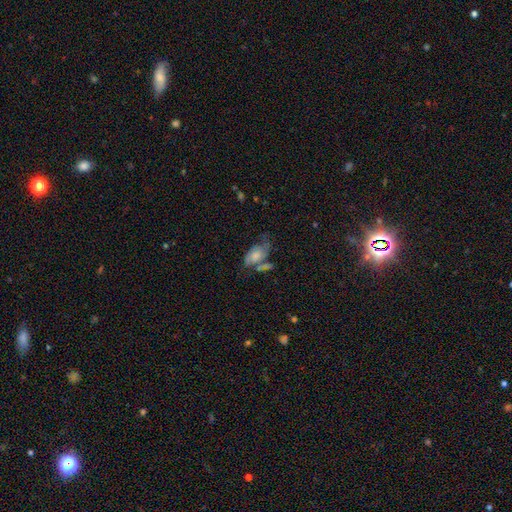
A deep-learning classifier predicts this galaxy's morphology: Smooth or featured?
  - smooth: 47% *
  - featured or disk: 45%
  - star or artifact: 8%
Merging?
  - none: 32% *
  - minor disturbance: 27%
  - major disturbance: 23%
  - merger: 18%